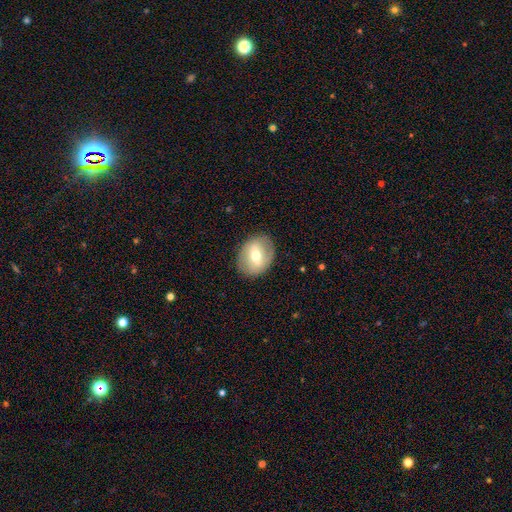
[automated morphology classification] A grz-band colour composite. It shows a featured or disk galaxy (47%). Merging: none (85%).